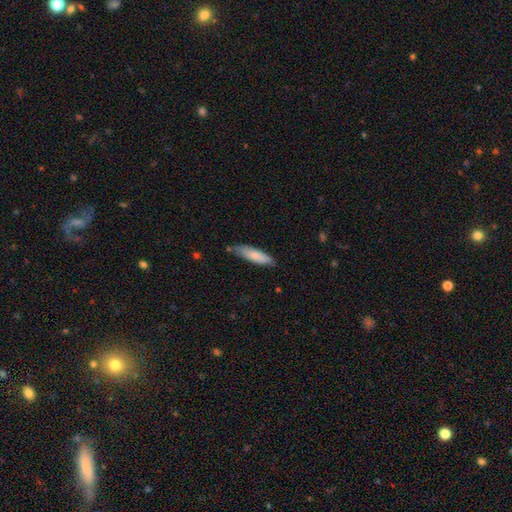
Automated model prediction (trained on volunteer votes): Smooth or featured?
  - smooth: 79% *
  - featured or disk: 15%
  - star or artifact: 5%
How rounded?
  - cigar-shaped: 59% *
  - in between: 39%
  - round: 1%
Merging?
  - none: 73% *
  - minor disturbance: 21%
  - major disturbance: 3%
  - merger: 3%